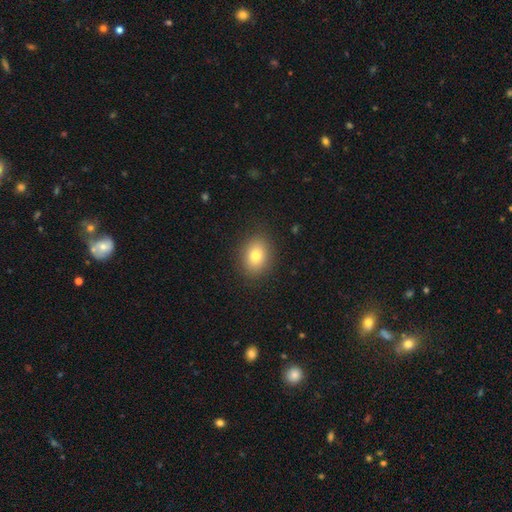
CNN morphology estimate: smooth-or-featured: smooth: 78% | featured or disk: 11% | star or artifact: 11%
  how-rounded: in between: 57% | round: 42% | cigar-shaped: 1%
  merging: none: 88% | minor disturbance: 8% | major disturbance: 3% | merger: 1%